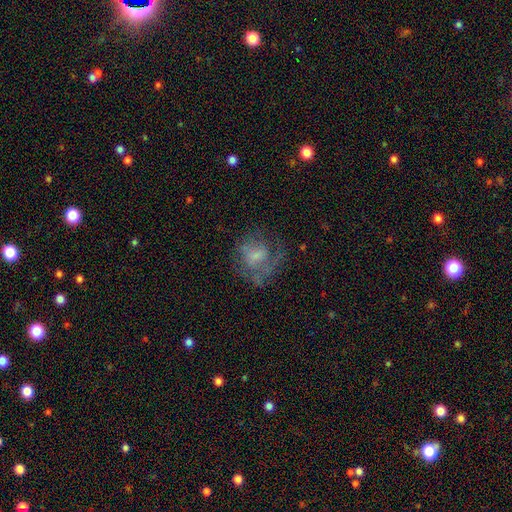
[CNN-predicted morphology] Smooth or featured? Predicted: featured or disk (p=0.52). Edge-on disk? Predicted: no (p=0.97). Bar? Predicted: no (p=0.58). Spiral arms? Predicted: yes (p=0.56). Bulge size? Predicted: small (p=0.41). Merging? Predicted: none (p=0.49).